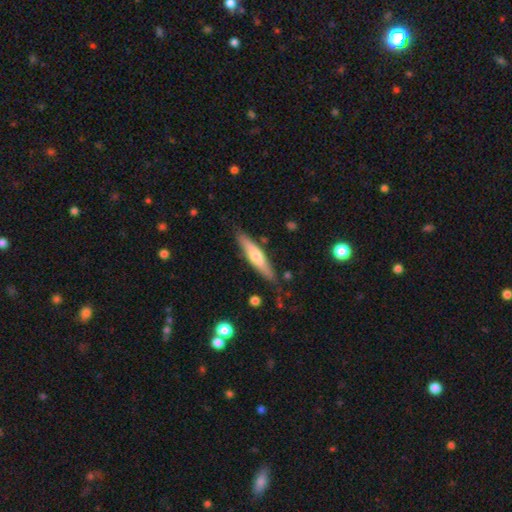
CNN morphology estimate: Smooth or featured? smooth (50%)
Merging? none (80%)